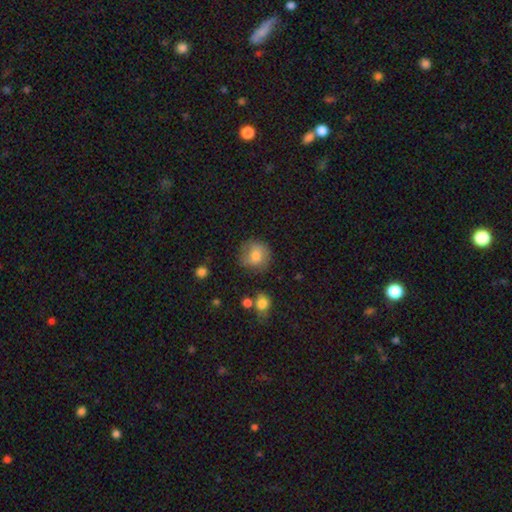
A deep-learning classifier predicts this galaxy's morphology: Overall: smooth (76%). How rounded: round (83%). Merging: none (70%).